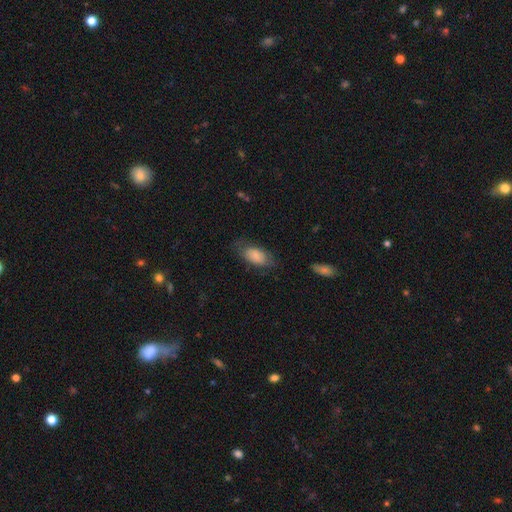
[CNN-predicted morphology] The model was most divided on "merging": none: 66%, minor disturbance: 22%, major disturbance: 10%, merger: 2%. More confident: how rounded — in between (92%); smooth or featured — smooth (77%).